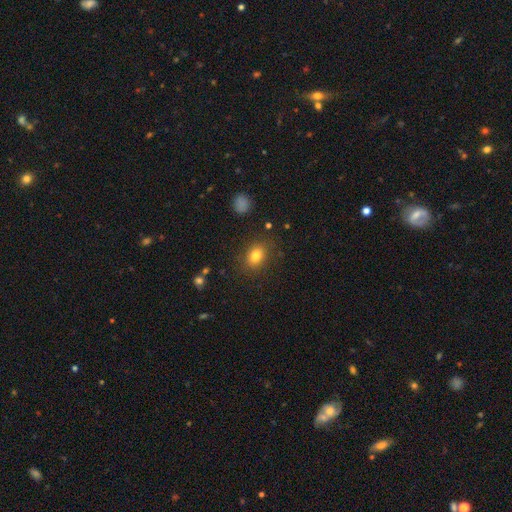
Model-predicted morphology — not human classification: This is likely a smooth galaxy (80%). How rounded: likely in between (62%). Merging: clearly none (82%).